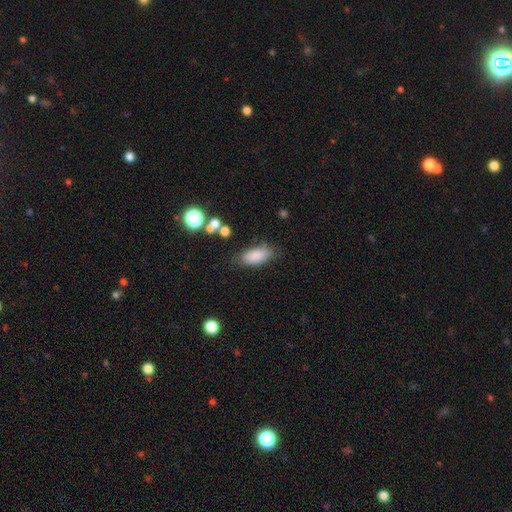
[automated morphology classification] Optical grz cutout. It shows a smooth galaxy with no disk features (85%) that is in between round and cigar-shaped (85%). Merging: none (74%).